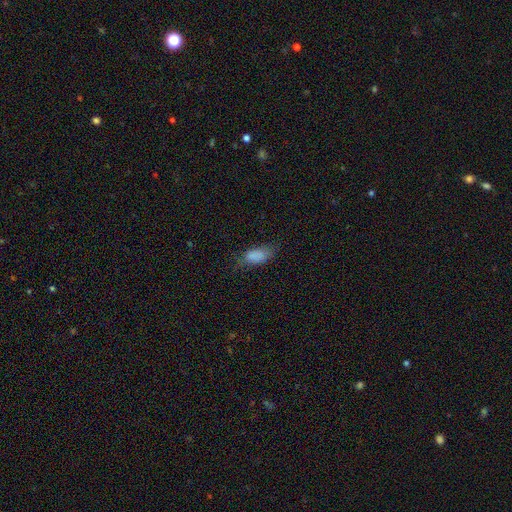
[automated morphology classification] type=smooth (79%); roundness=in between (87%); merging=none (49%).